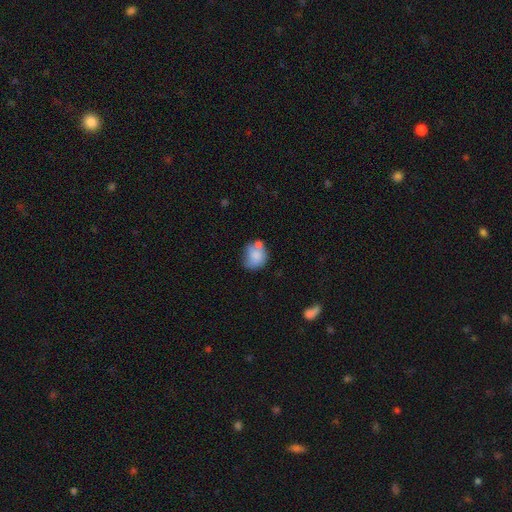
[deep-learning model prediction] Smooth or featured? smooth (75%)
How rounded? round (63%)
Merging? none (40%)